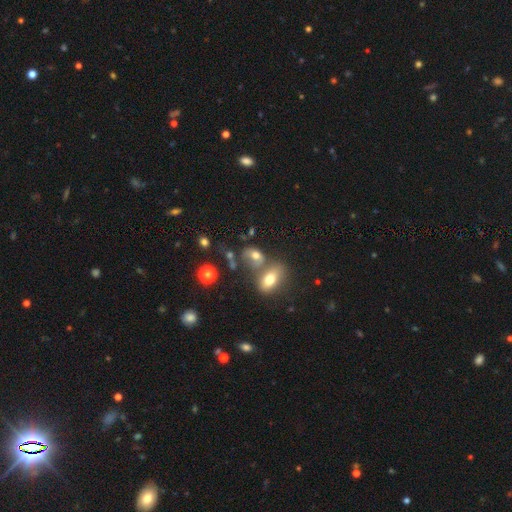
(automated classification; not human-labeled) Smooth or featured? Predicted: smooth (p=0.67). How rounded? Predicted: in between (p=0.79). Merging? Predicted: merger (p=0.41).